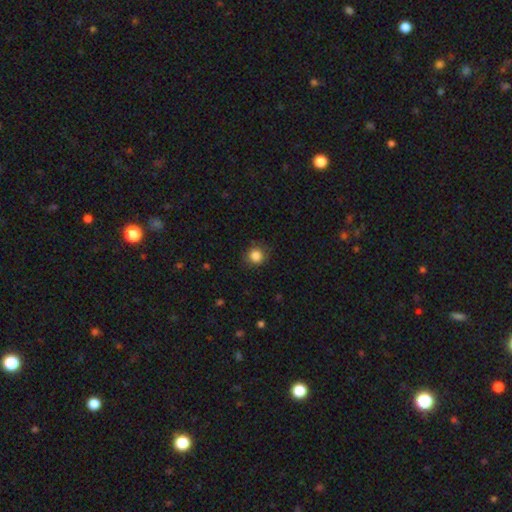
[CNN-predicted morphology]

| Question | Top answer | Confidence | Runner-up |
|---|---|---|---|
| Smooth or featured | smooth | 85% | star or artifact (10%) |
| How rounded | round | 89% | in between (10%) |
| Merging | none | 82% | minor disturbance (13%) |